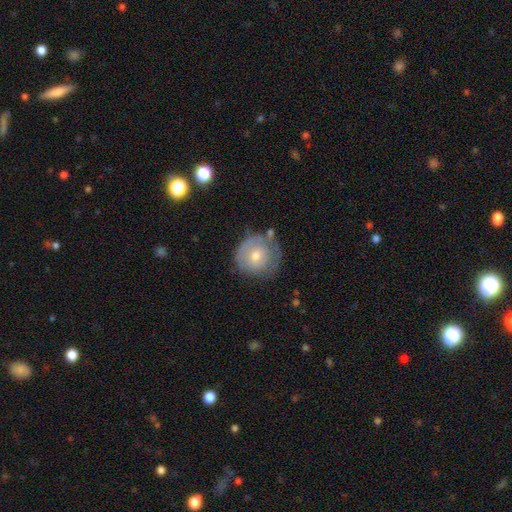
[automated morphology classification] The model was most divided on "smooth or featured": smooth: 55%, featured or disk: 37%, star or artifact: 8%. More confident: how rounded — round (90%); merging — none (67%).